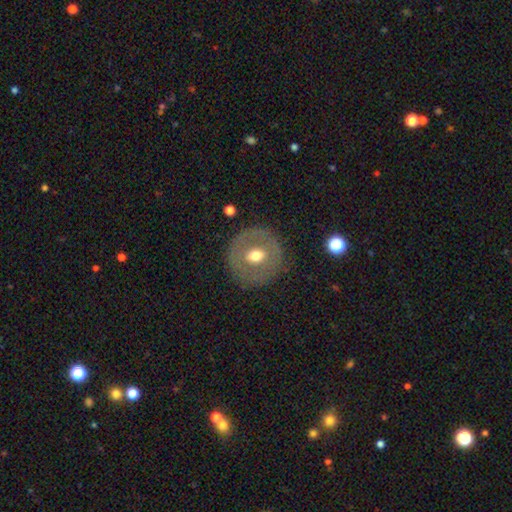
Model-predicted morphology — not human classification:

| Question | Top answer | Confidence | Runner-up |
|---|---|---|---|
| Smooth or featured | smooth | 49% | featured or disk (43%) |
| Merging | none | 84% | minor disturbance (10%) |